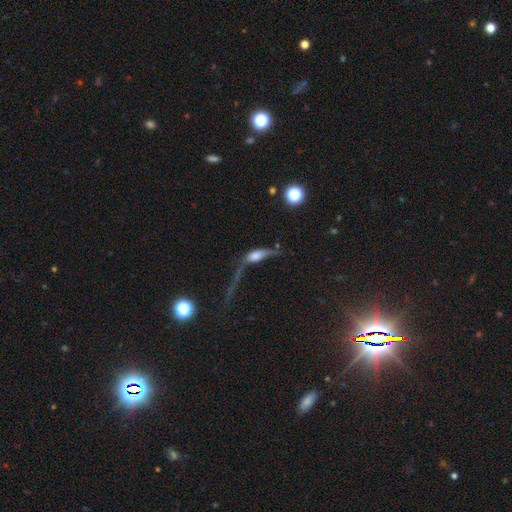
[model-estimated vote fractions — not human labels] The model was most divided on "smooth or featured": smooth: 47%, featured or disk: 40%, star or artifact: 13%. More confident: merging — major disturbance (50%).